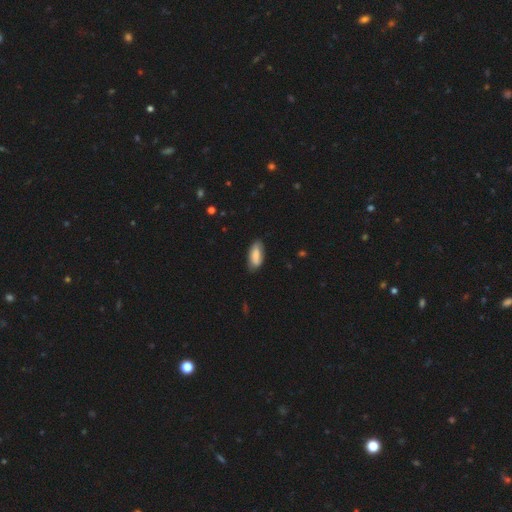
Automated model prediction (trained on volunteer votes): Overall: smooth (79%). How rounded: in between (85%). Merging: none (74%).